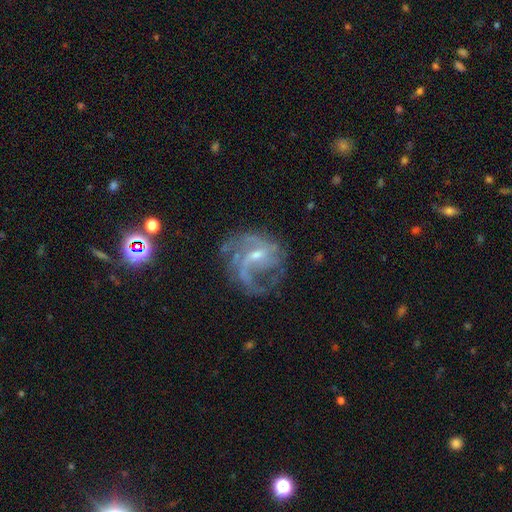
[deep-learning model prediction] Smooth or featured? Predicted: featured or disk (p=0.84). Edge-on disk? Predicted: no (p=0.98). Bar? Predicted: weak (p=0.55). Spiral arms? Predicted: yes (p=0.91). Spiral winding? Predicted: medium (p=0.45). Spiral arm count? Predicted: 2 (p=0.41). Bulge size? Predicted: small (p=0.62). Merging? Predicted: none (p=0.51).